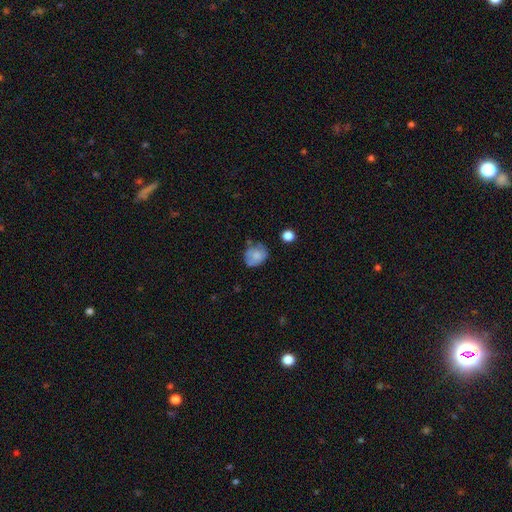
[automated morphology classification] smooth 68%, featured or disk 24%, star or artifact 9%. Down the decision tree: how rounded — round (56%); merging — none (59%).